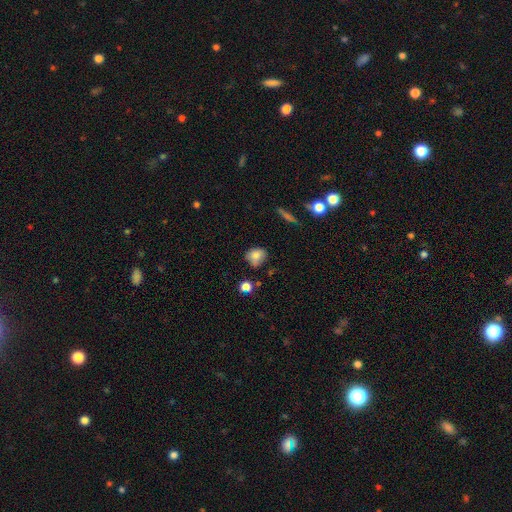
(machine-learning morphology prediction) smooth_or_featured: smooth (p=0.78) [alt: featured or disk p=0.12]
how_rounded: round (p=0.53) [alt: in between p=0.46]
merging: none (p=0.58) [alt: minor disturbance p=0.29]